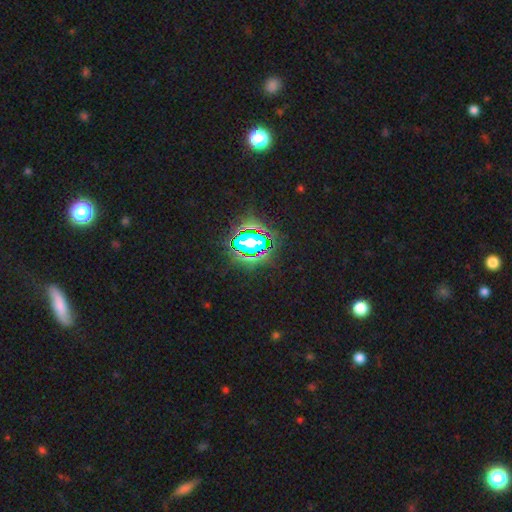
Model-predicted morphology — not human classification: Q: Smooth or featured?
A: star or artifact (80%); runner-up: smooth (13%)